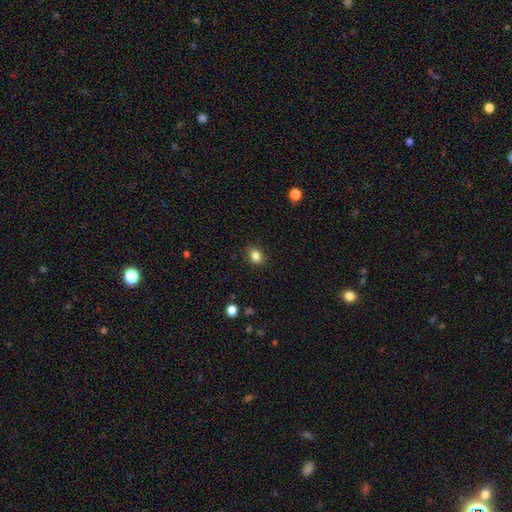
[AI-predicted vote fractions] Overall: smooth (84%). How rounded: in between (50%; round 49%). Merging: none (88%).